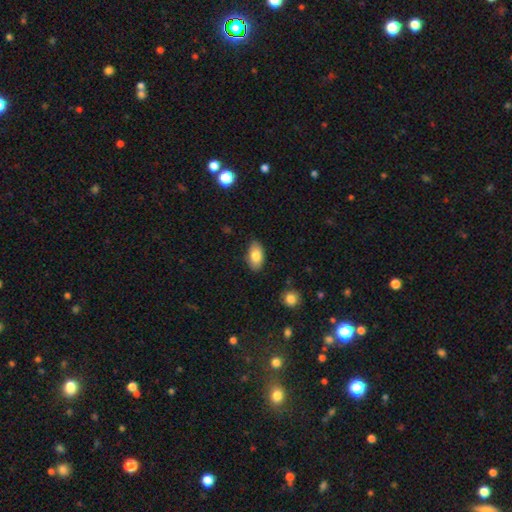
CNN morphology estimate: Smooth or featured?
  - smooth: 82% *
  - featured or disk: 11%
  - star or artifact: 7%
How rounded?
  - in between: 94% *
  - round: 4%
  - cigar-shaped: 2%
Merging?
  - none: 85% *
  - minor disturbance: 11%
  - major disturbance: 2%
  - merger: 1%